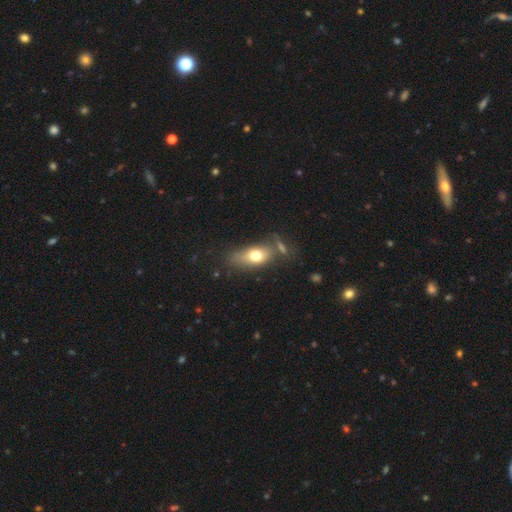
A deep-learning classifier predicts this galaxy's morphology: Smooth or featured? smooth (68%)
How rounded? in between (78%)
Merging? none (51%)